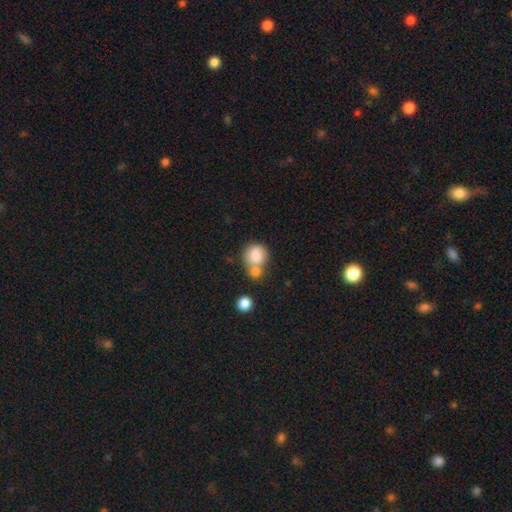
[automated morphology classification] Smooth or featured: smooth — 82% (featured or disk — 9%)
How rounded: round — 82% (in between — 17%)
Merging: merger — 45% (none — 40%)